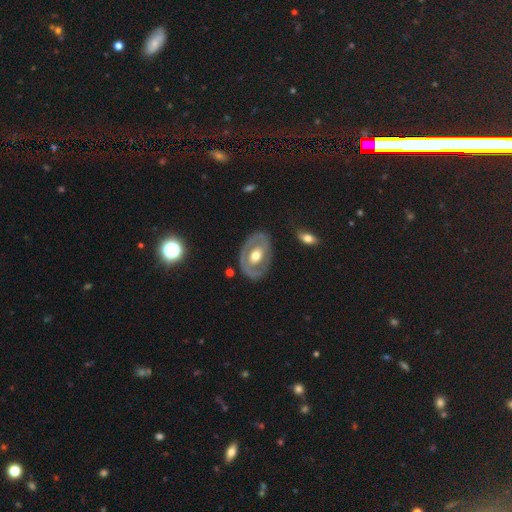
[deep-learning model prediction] This is likely a featured or disk galaxy (67%). It is clearly not viewed edge-on (93%). Bar: likely no (70%). Spiral arm pattern: likely no (67%). Central bulge: likely moderate (68%). Merging: likely none (76%).